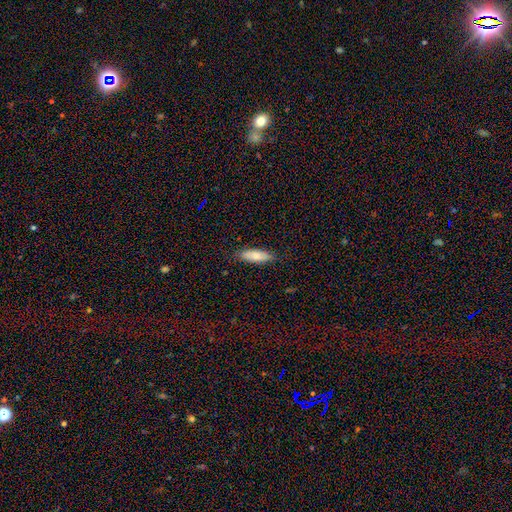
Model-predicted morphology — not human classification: Q: Smooth or featured?
A: smooth (78%); runner-up: featured or disk (16%)
Q: How rounded?
A: cigar-shaped (49%); tied with: in between (49%)
Q: Merging?
A: none (85%); runner-up: minor disturbance (11%)